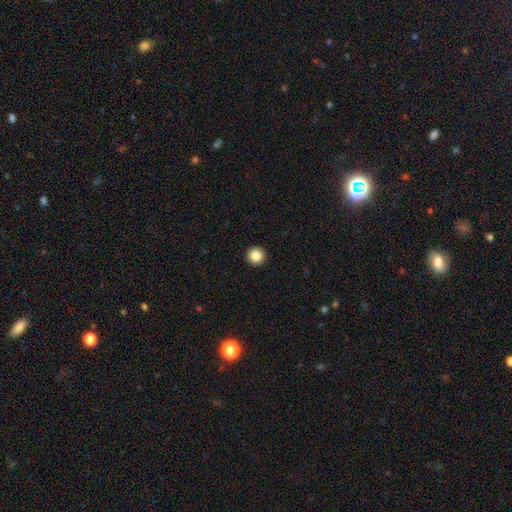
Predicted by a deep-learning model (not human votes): A smooth galaxy with no disk features (86%) that is round (96%).

Vote fractions:
- Smooth or featured? smooth: 86% / star or artifact: 10% / featured or disk: 4%
- How rounded? round: 96% / in between: 3% / cigar-shaped: 1%
- Merging? none: 94% / minor disturbance: 3% / major disturbance: 1% / merger: 1%